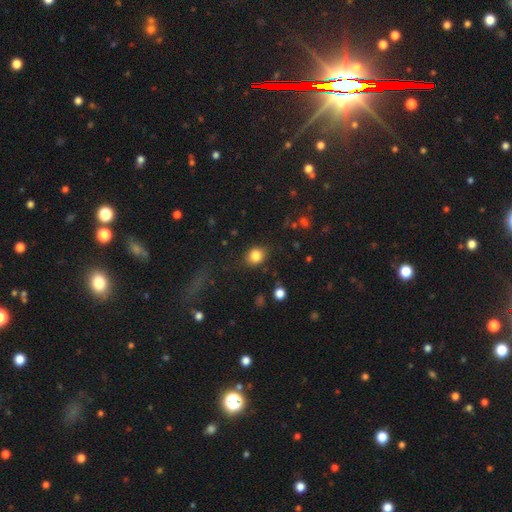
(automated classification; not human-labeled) A smooth galaxy with no disk features (83%) that is round (66%). Merging: none (82%).